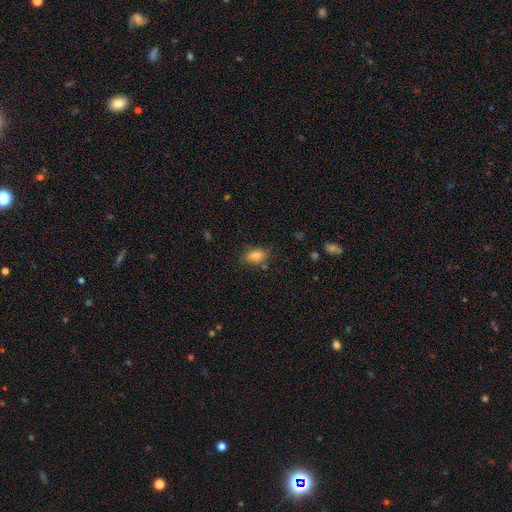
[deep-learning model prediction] This is clearly a smooth galaxy (80%). How rounded: clearly in between (84%). Merging: likely none (76%).